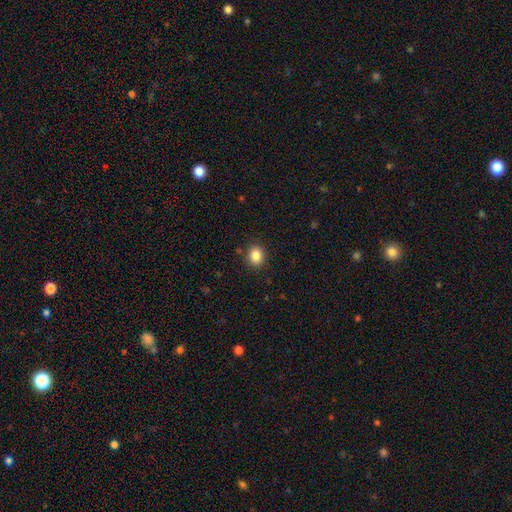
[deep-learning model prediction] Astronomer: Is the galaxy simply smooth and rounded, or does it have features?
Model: smooth — 85%.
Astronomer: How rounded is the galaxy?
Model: round — 62%.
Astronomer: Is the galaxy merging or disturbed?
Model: none — 88%.